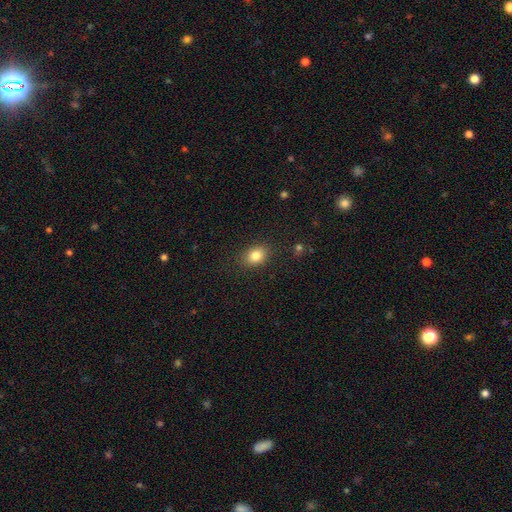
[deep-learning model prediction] Q: Smooth or featured?
A: smooth (83%); runner-up: star or artifact (10%)
Q: How rounded?
A: in between (61%); runner-up: round (38%)
Q: Merging?
A: none (86%); runner-up: minor disturbance (10%)